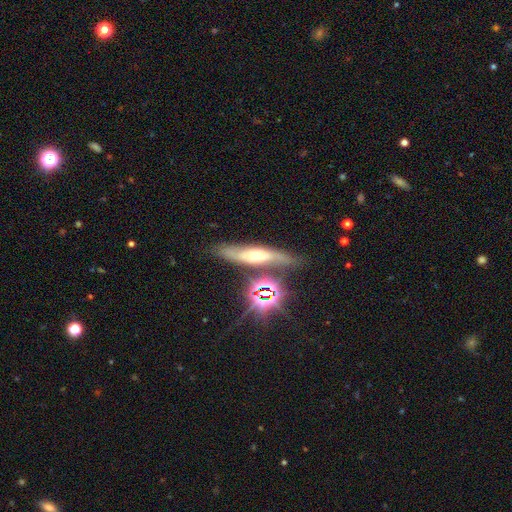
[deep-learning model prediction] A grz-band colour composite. It shows a featured or disk galaxy (49%). Merging: none (74%).